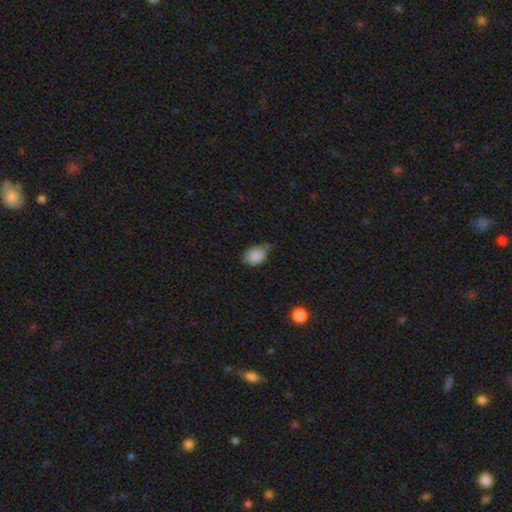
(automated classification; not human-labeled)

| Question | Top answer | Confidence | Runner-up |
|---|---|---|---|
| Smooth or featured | smooth | 86% | star or artifact (8%) |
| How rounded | in between | 74% | round (24%) |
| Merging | minor disturbance | 43% | tied: none (43%) |